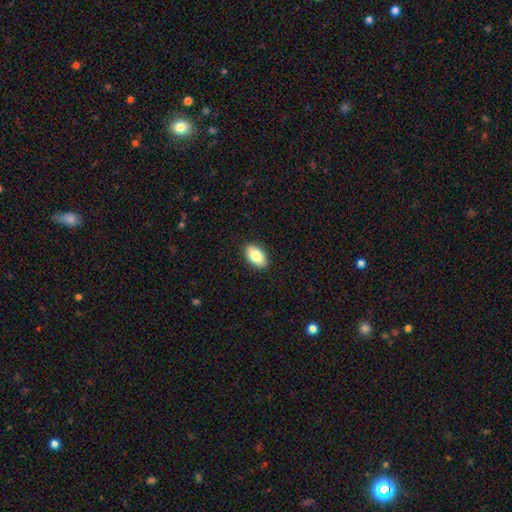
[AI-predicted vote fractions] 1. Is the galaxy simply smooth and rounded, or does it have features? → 83% smooth, 10% featured or disk, 7% star or artifact.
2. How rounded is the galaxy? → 93% in between, 5% round, 2% cigar-shaped.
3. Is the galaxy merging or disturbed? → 90% none, 7% minor disturbance, 2% major disturbance, 1% merger.